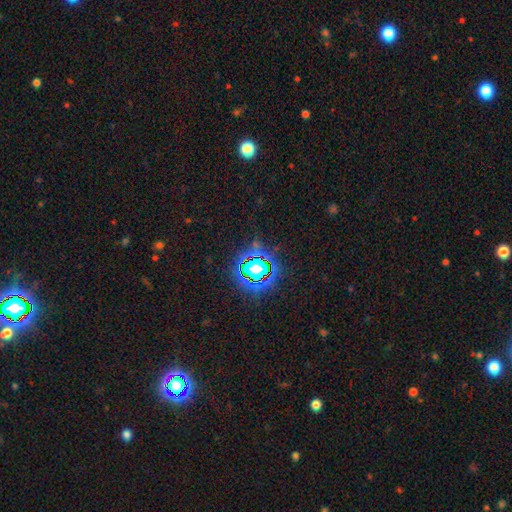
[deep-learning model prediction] Morphology: type=star or artifact (82%).